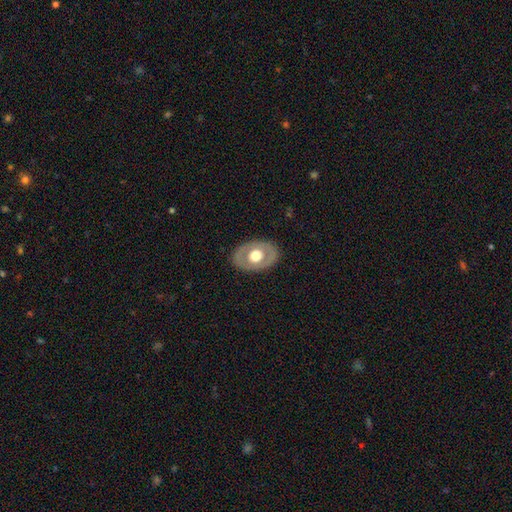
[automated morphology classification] This is possibly a featured or disk galaxy (49%). Merging: clearly none (84%).